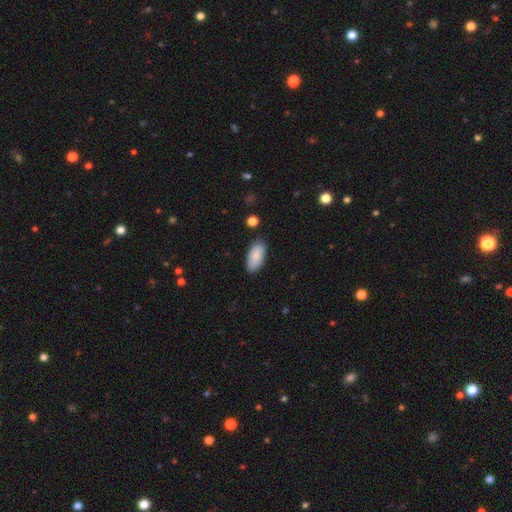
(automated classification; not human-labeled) The model was most divided on "merging": none: 82%, minor disturbance: 13%, major disturbance: 3%, merger: 2%. More confident: how rounded — in between (93%); smooth or featured — smooth (86%).